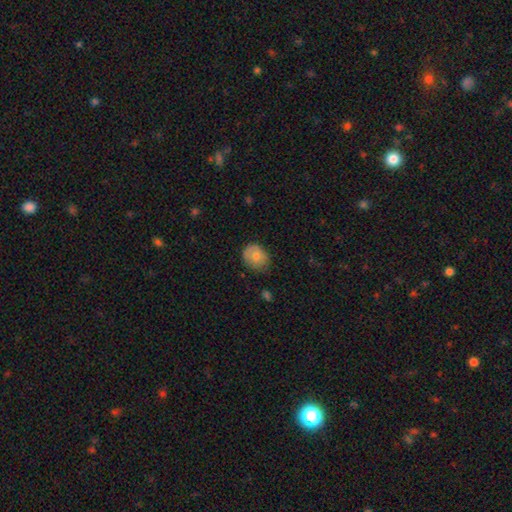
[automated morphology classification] A smooth galaxy with no disk features (77%) that is round (54%).

Vote fractions:
- Smooth or featured? smooth: 77% / featured or disk: 16% / star or artifact: 7%
- How rounded? round: 54% / in between: 45% / cigar-shaped: 1%
- Merging? none: 63% / minor disturbance: 29% / major disturbance: 7% / merger: 1%